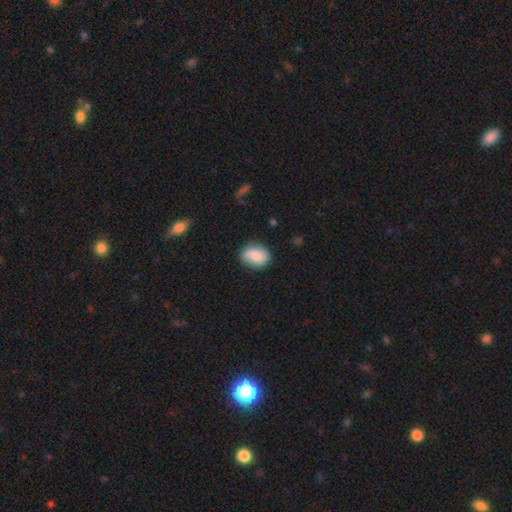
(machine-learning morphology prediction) This is likely a smooth galaxy (77%). How rounded: likely in between (61%). Merging: likely none (71%).